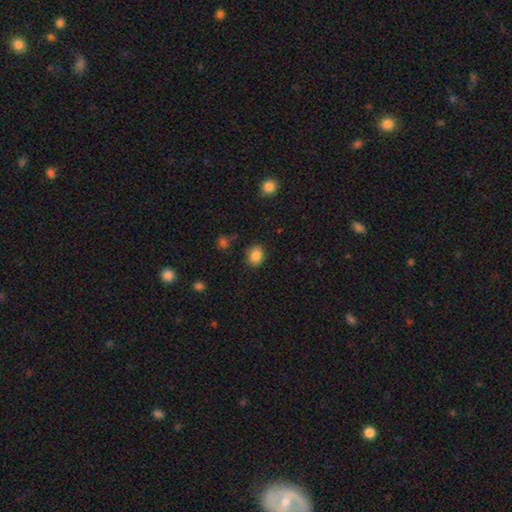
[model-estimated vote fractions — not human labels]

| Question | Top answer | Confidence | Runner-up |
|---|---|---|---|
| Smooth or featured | smooth | 86% | star or artifact (10%) |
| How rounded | round | 57% | in between (42%) |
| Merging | none | 85% | minor disturbance (10%) |